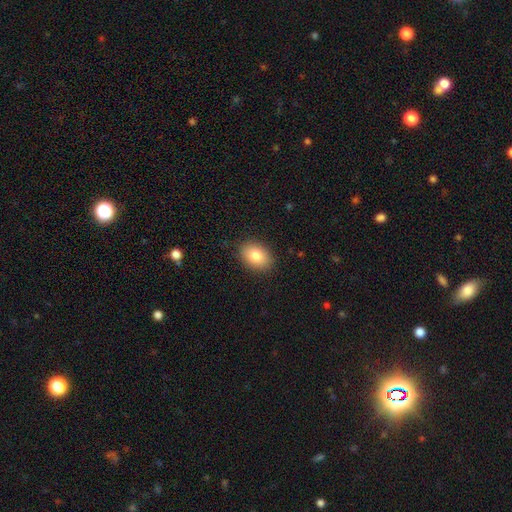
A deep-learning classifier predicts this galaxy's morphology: smooth_or_featured: smooth (p=0.83) [alt: featured or disk p=0.09]
how_rounded: in between (p=0.75) [alt: round p=0.24]
merging: none (p=0.87) [alt: minor disturbance p=0.10]